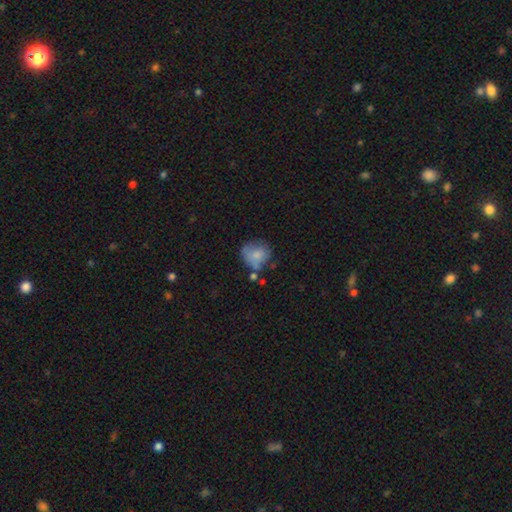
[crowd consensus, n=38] Volunteers were most divided on "merging": none: 36%, minor disturbance: 33%, merger: 19%, major disturbance: 11%. More confident: smooth or featured — smooth (74%); how rounded — round (71%).